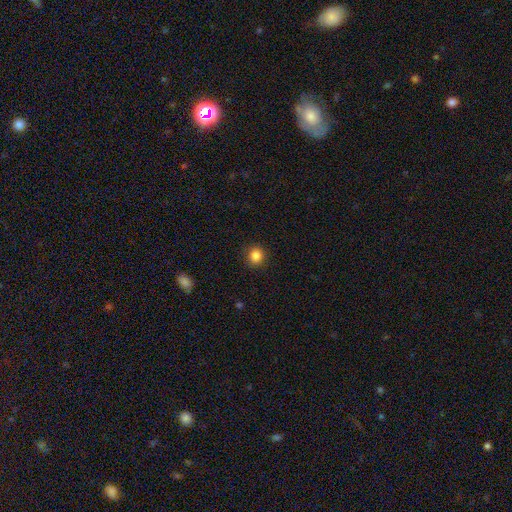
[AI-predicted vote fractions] Morphology: type=smooth (85%); roundness=round (89%); merging=none (90%).